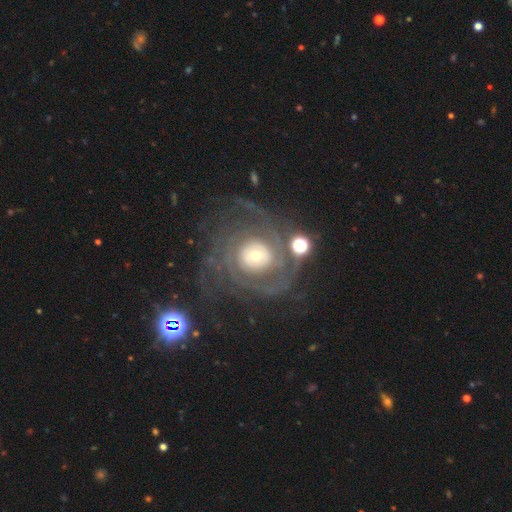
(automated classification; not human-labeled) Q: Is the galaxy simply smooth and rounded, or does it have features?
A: featured or disk — 83%.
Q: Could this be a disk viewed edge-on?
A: no — 97%.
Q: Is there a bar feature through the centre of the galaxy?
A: no — 74%.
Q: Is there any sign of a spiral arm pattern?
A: yes — 89%.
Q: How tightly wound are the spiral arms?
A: tight — 65%.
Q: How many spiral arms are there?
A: can't tell — 35%.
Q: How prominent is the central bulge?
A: moderate — 45%.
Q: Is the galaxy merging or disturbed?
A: none — 63%.